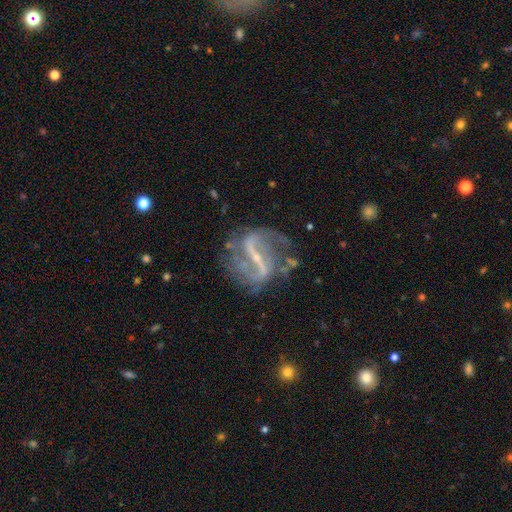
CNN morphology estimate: This is clearly a featured or disk galaxy (87%). It is clearly not viewed edge-on (95%). Bar: likely strong (71%). Spiral arm pattern: clearly yes (92%). Spiral arm count: clearly 2 (83%). Spiral winding: marginally loose (45%). Central bulge: likely small (74%). Merging: likely none (62%).